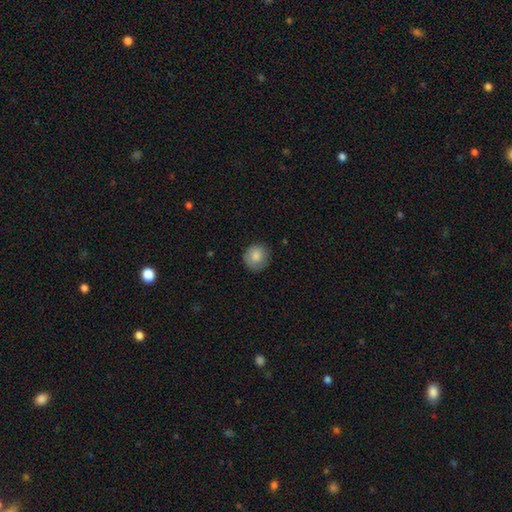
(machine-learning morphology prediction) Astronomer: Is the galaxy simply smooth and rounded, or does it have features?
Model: smooth — 85%.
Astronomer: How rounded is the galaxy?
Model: round — 88%.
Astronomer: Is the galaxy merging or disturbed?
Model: none — 82%.